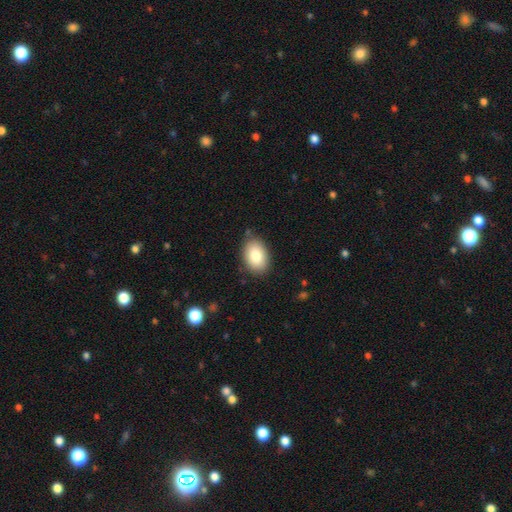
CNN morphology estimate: smooth-or-featured: smooth: 85% | featured or disk: 8% | star or artifact: 7%
  how-rounded: in between: 87% | round: 12% | cigar-shaped: 1%
  merging: none: 82% | minor disturbance: 13% | major disturbance: 3% | merger: 2%